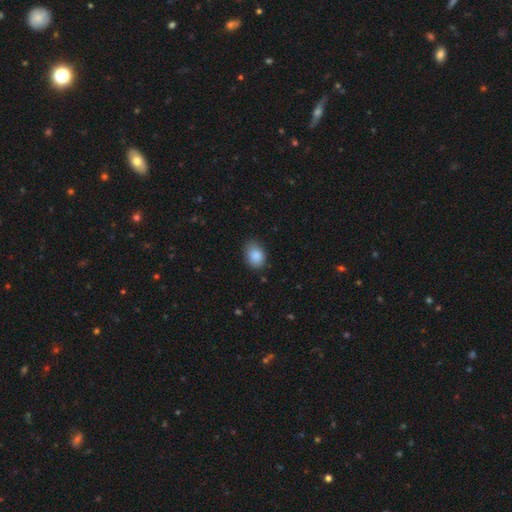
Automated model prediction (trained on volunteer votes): Smooth or featured?
  - smooth: 88% *
  - star or artifact: 8%
  - featured or disk: 5%
How rounded?
  - in between: 76% *
  - round: 23%
  - cigar-shaped: 1%
Merging?
  - none: 76% *
  - minor disturbance: 20%
  - major disturbance: 4%
  - merger: 1%